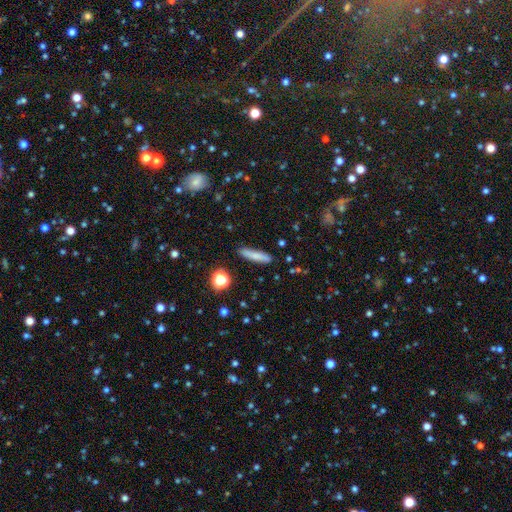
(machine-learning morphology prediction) Smooth or featured: smooth — 77% (featured or disk — 14%)
How rounded: cigar-shaped — 84% (in between — 13%)
Merging: none — 87% (minor disturbance — 9%)